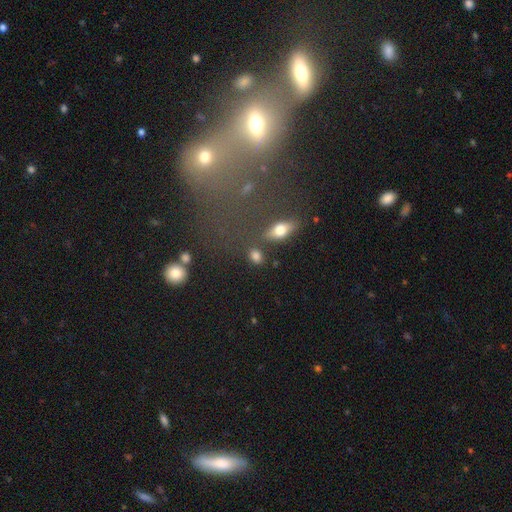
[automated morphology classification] A smooth galaxy with no disk features (79%) that is in between round and cigar-shaped (69%). Merging: none (74%).